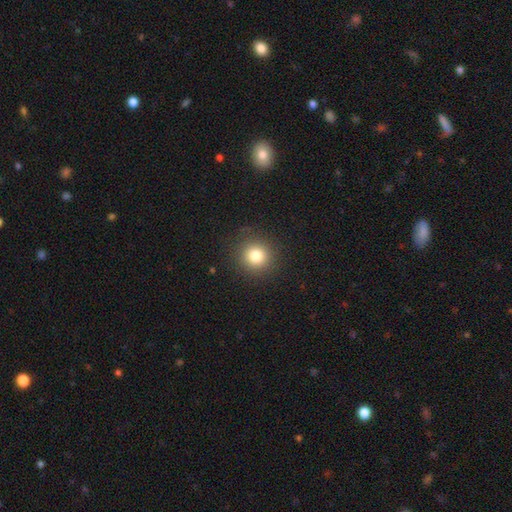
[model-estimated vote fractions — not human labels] Smooth or featured? Predicted: smooth (p=0.81). How rounded? Predicted: round (p=0.94). Merging? Predicted: none (p=0.91).